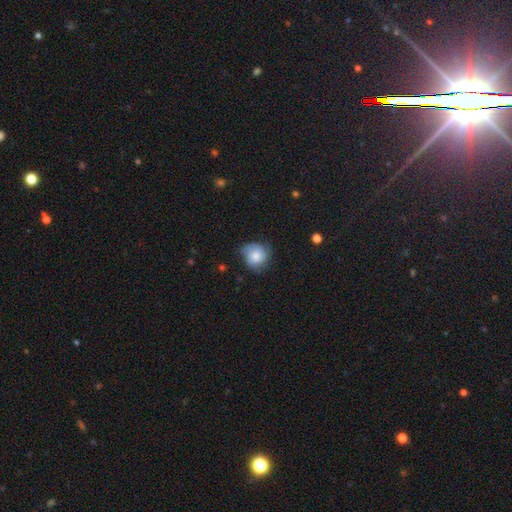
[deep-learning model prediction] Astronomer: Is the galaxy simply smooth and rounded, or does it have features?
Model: smooth — 63%.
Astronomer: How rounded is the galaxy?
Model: round — 83%.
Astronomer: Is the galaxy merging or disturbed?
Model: none — 59%.